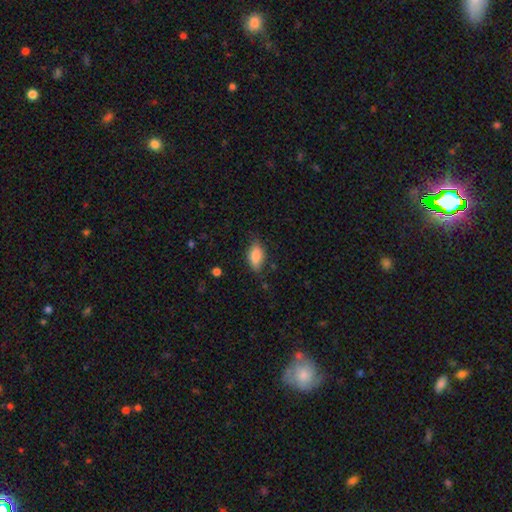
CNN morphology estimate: Smooth or featured: smooth — 81% (featured or disk — 11%)
How rounded: in between — 88% (cigar-shaped — 8%)
Merging: none — 72% (minor disturbance — 22%)